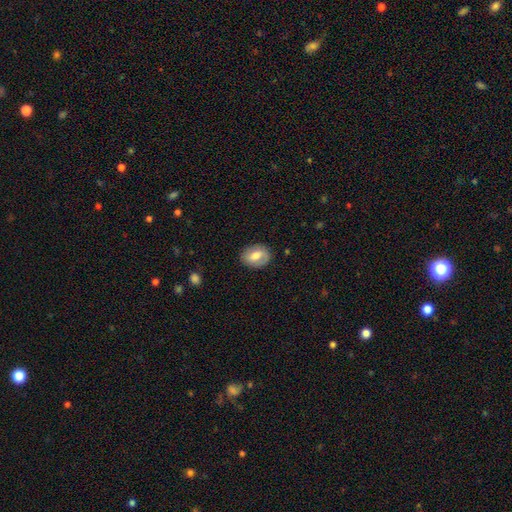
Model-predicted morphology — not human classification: Smooth or featured: smooth — 60% (featured or disk — 33%)
How rounded: in between — 66% (round — 33%)
Merging: none — 83% (minor disturbance — 13%)